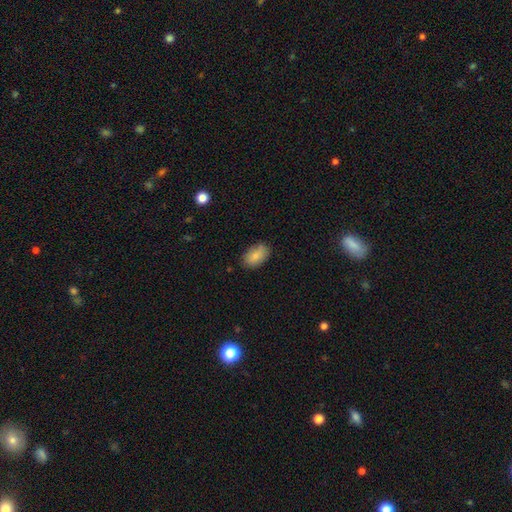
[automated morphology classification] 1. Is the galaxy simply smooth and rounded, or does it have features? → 84% smooth, 9% featured or disk, 7% star or artifact.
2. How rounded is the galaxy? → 91% in between, 7% round, 2% cigar-shaped.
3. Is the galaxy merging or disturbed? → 80% none, 15% minor disturbance, 3% major disturbance, 1% merger.